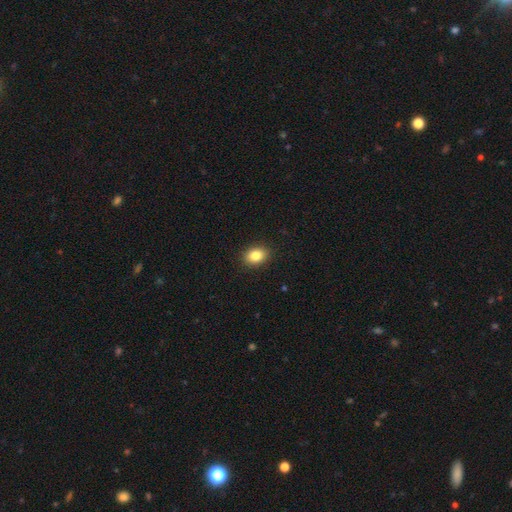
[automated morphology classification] A smooth galaxy with no disk features (84%) that is in between round and cigar-shaped (69%).

Vote fractions:
- Smooth or featured? smooth: 84% / star or artifact: 9% / featured or disk: 7%
- How rounded? in between: 69% / round: 29% / cigar-shaped: 1%
- Merging? none: 90% / minor disturbance: 7% / major disturbance: 2% / merger: 1%